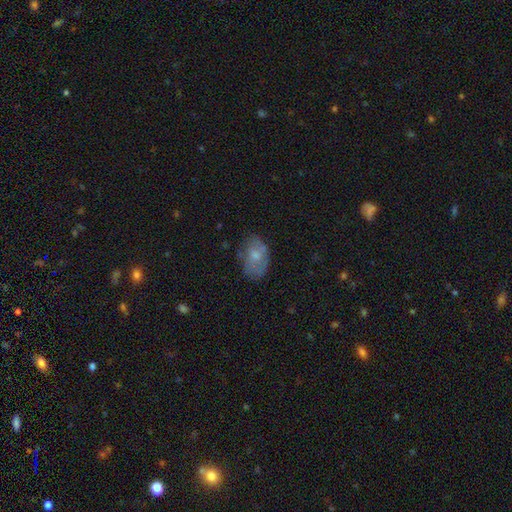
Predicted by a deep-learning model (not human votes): Morphology: type=smooth (57%); roundness=in between (86%); merging=none (60%).